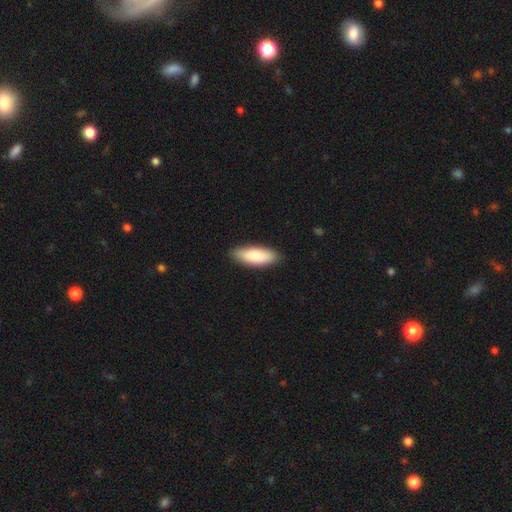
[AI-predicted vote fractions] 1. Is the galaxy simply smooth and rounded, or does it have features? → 85% smooth, 10% featured or disk, 5% star or artifact.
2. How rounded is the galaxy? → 69% in between, 30% cigar-shaped, 2% round.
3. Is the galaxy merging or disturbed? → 88% none, 10% minor disturbance, 2% major disturbance, 1% merger.